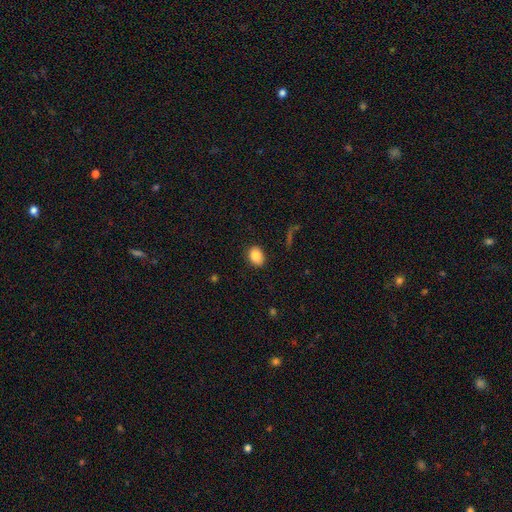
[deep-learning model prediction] Overall: smooth (87%). How rounded: in between (66%; round 32%). Merging: none (87%).